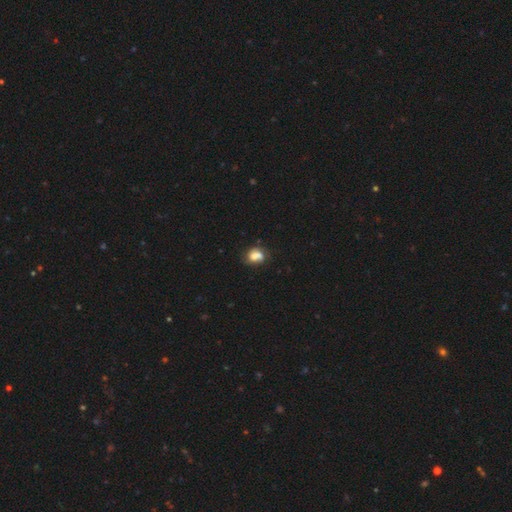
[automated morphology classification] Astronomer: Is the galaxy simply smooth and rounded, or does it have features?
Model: smooth — 65%.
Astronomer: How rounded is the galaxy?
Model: in between — 55% (runner-up: round, 44%).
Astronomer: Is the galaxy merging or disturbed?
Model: none — 45% (runner-up: minor disturbance, 25%).